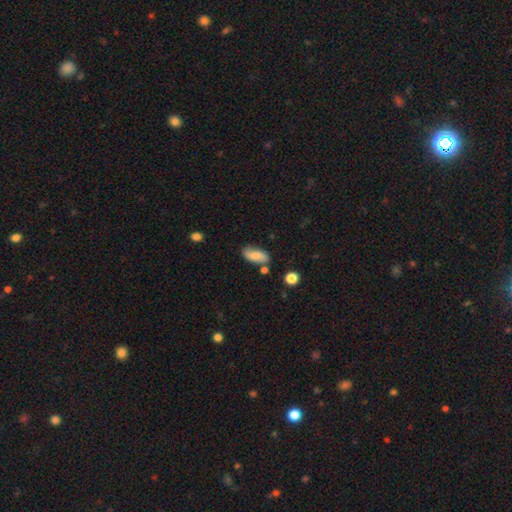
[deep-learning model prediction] A smooth galaxy with no disk features (65%) that is in between round and cigar-shaped (84%). Merging: none (71%).